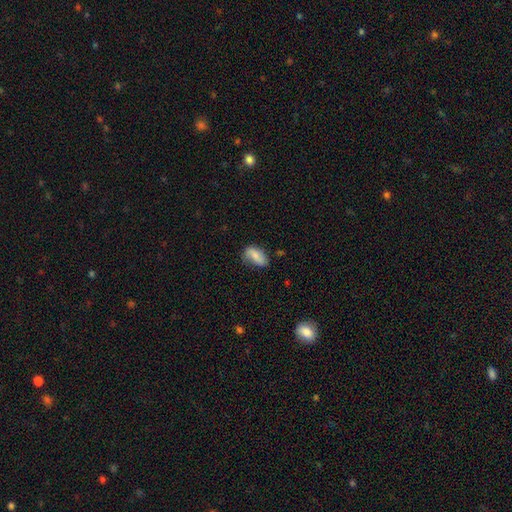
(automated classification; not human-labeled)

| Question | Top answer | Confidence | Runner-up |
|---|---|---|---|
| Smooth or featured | smooth | 70% | featured or disk (23%) |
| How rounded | in between | 90% | cigar-shaped (5%) |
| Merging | none | 58% | minor disturbance (32%) |